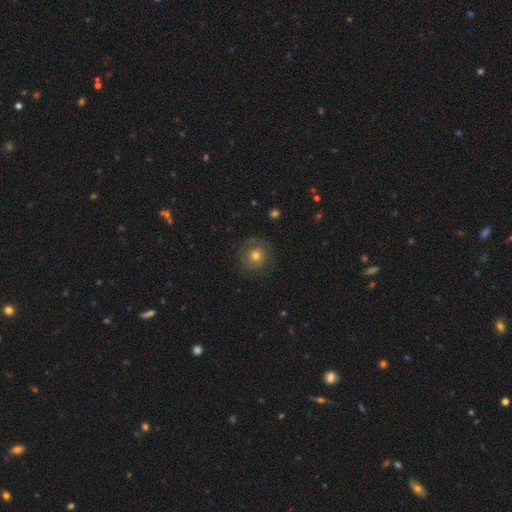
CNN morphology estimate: This is likely a smooth galaxy (62%). How rounded: clearly round (92%). Merging: likely none (79%).